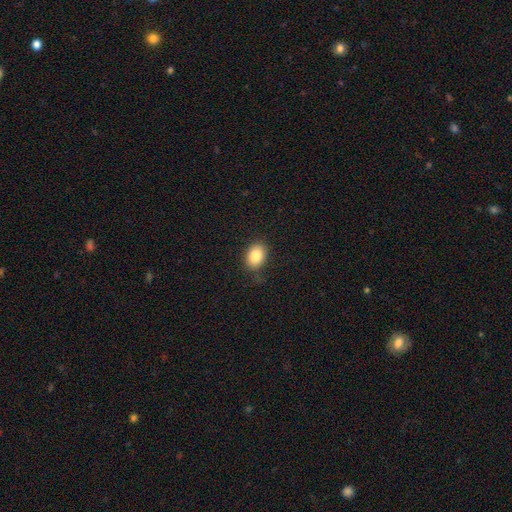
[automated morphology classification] smooth 84%, star or artifact 9%, featured or disk 8%. Down the decision tree: how rounded — in between (76%); merging — none (82%).